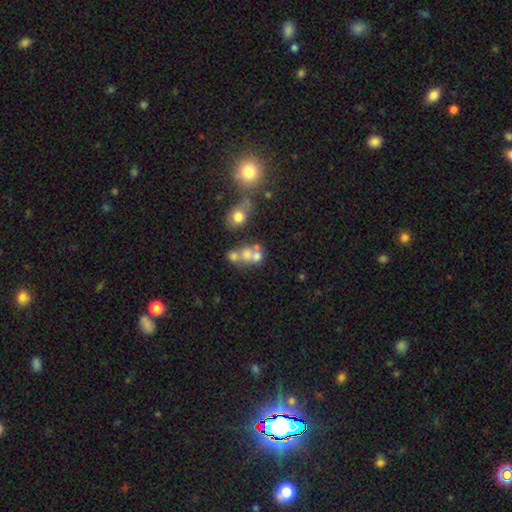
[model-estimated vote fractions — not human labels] smooth_or_featured: smooth (p=0.54) [alt: featured or disk p=0.29]
how_rounded: round (p=0.57) [alt: in between p=0.42]
merging: merger (p=0.54) [alt: none p=0.28]